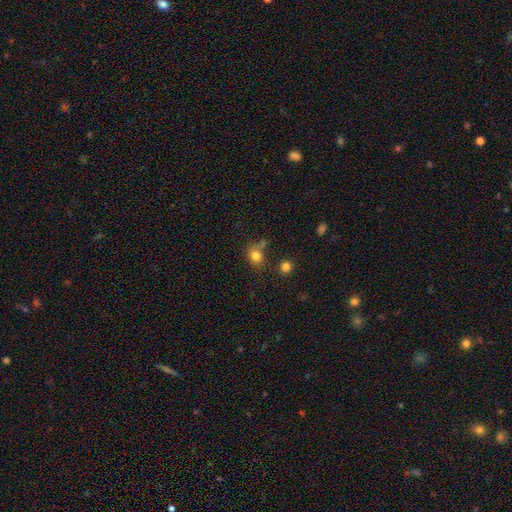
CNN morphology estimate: A smooth galaxy with no disk features (80%) that is round (57%).

Vote fractions:
- Smooth or featured? smooth: 80% / star or artifact: 13% / featured or disk: 7%
- How rounded? round: 57% / in between: 41% / cigar-shaped: 1%
- Merging? none: 57% / minor disturbance: 18% / merger: 16% / major disturbance: 8%